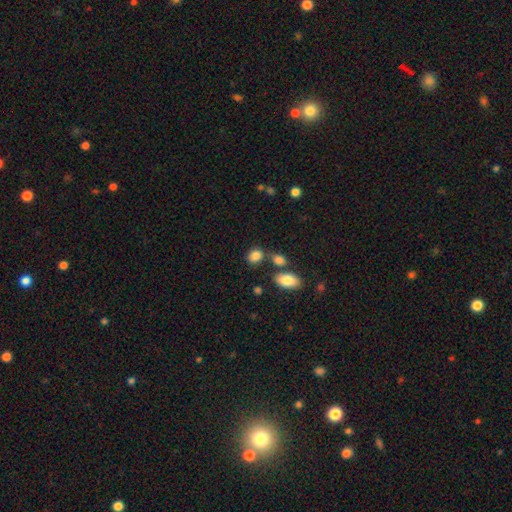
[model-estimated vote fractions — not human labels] A smooth galaxy with no disk features (85%) that is in between round and cigar-shaped (50%). Merging: none (66%).